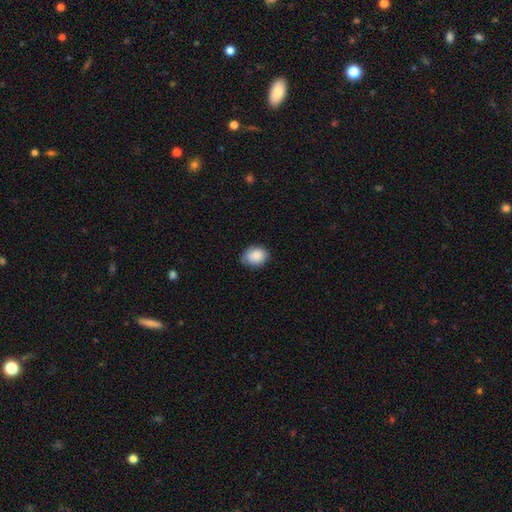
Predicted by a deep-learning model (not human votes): Smooth or featured? Predicted: smooth (p=0.87). How rounded? Predicted: in between (p=0.61). Merging? Predicted: none (p=0.76).